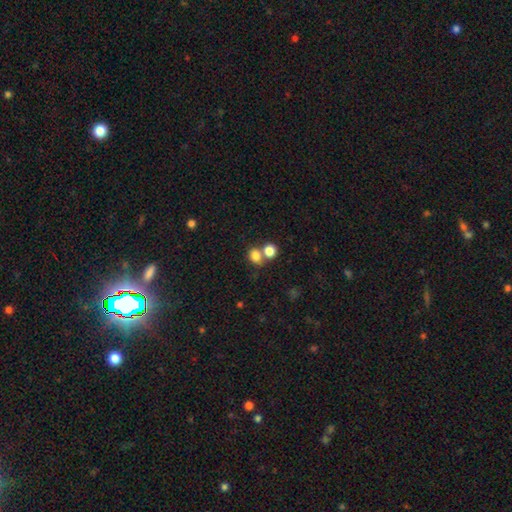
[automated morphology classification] Smooth or featured? smooth (80%)
How rounded? round (54%)
Merging? merger (44%)